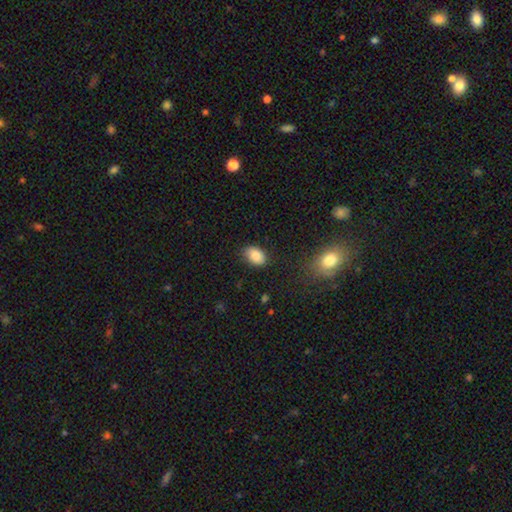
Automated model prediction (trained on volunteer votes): smooth-or-featured: smooth: 83% | featured or disk: 9% | star or artifact: 8%
  how-rounded: in between: 83% | round: 16% | cigar-shaped: 1%
  merging: none: 83% | minor disturbance: 13% | major disturbance: 3% | merger: 1%